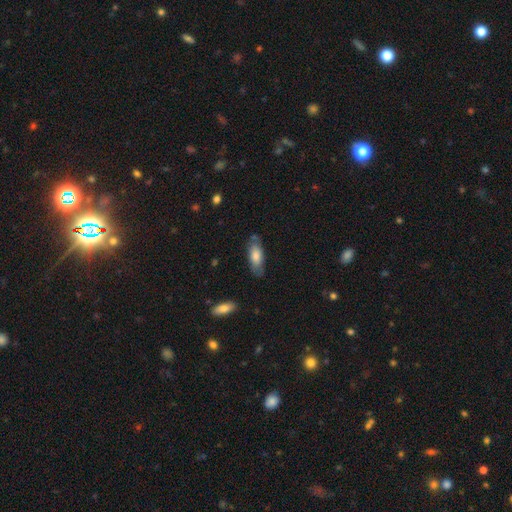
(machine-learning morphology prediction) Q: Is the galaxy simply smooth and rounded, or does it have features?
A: smooth — 70%.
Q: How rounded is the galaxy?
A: in between — 71%.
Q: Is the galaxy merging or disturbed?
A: none — 73%.